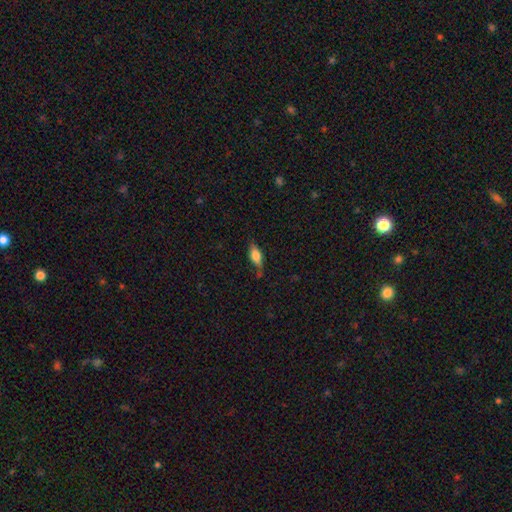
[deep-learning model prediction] The model was most divided on "smooth or featured": smooth: 65%, featured or disk: 28%, star or artifact: 7%. More confident: how rounded — in between (72%); merging — none (64%).